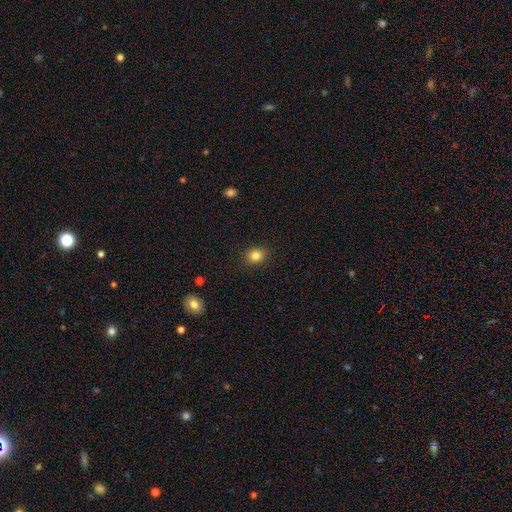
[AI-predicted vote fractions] smooth-or-featured: smooth: 84% | star or artifact: 11% | featured or disk: 5%
  how-rounded: round: 65% | in between: 34% | cigar-shaped: 1%
  merging: none: 88% | minor disturbance: 9% | major disturbance: 2% | merger: 1%